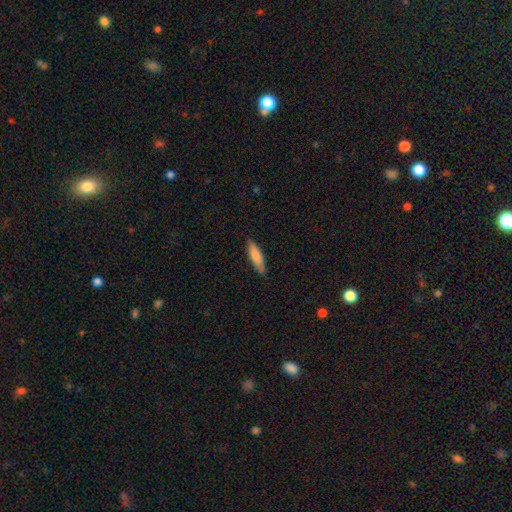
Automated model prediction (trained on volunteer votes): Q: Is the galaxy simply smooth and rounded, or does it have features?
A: smooth — 83%.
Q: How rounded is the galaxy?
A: cigar-shaped — 66%.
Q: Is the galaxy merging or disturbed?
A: none — 85%.